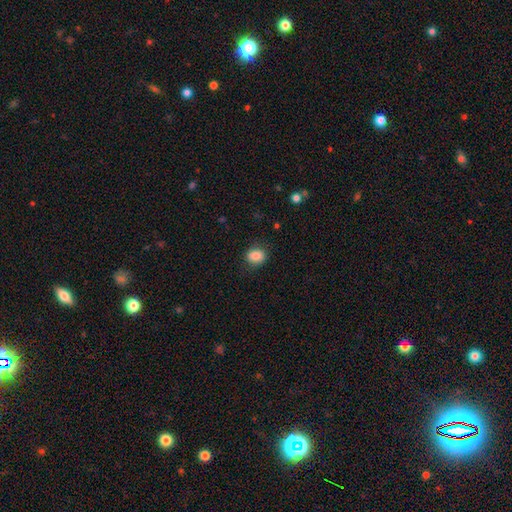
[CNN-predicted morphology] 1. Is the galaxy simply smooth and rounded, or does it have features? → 85% smooth, 9% star or artifact, 6% featured or disk.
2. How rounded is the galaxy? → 60% round, 39% in between, 1% cigar-shaped.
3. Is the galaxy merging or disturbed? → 83% none, 12% minor disturbance, 4% major disturbance, 1% merger.